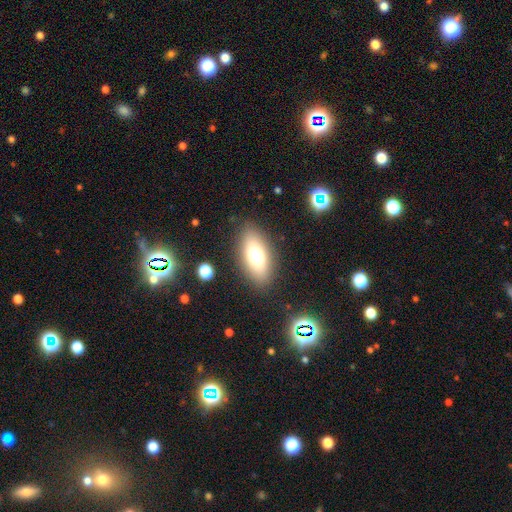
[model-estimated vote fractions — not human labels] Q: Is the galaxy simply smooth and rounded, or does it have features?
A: smooth — 69%.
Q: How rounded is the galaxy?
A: in between — 85%.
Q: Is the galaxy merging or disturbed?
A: none — 85%.